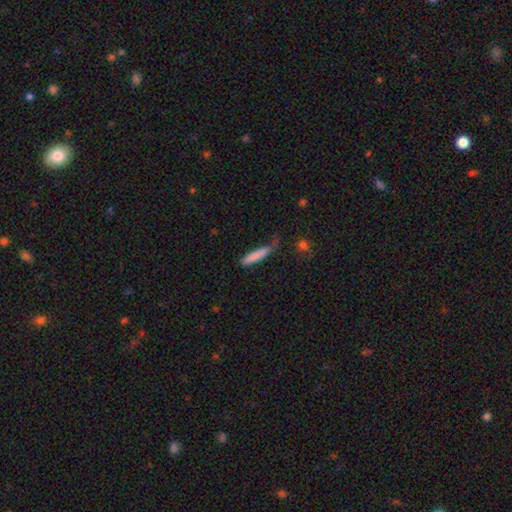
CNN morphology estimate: smooth-or-featured: smooth: 83% | featured or disk: 11% | star or artifact: 6%
  how-rounded: cigar-shaped: 88% | in between: 10% | round: 1%
  merging: none: 55% | minor disturbance: 30% | major disturbance: 10% | merger: 4%